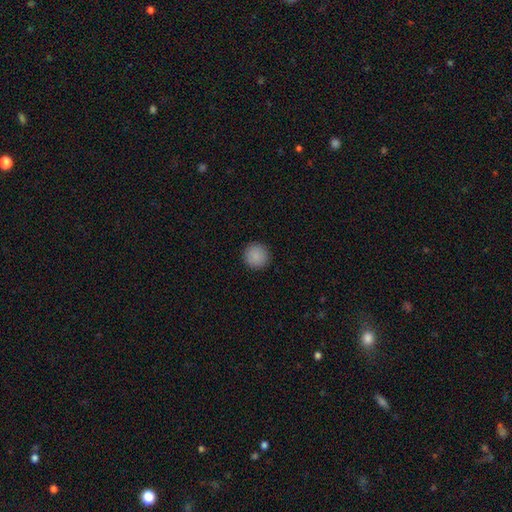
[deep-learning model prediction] smooth 89%, star or artifact 8%, featured or disk 3%. Down the decision tree: how rounded — round (96%); merging — none (93%).